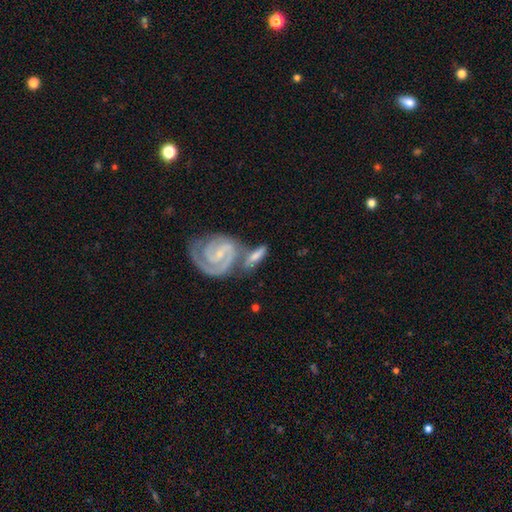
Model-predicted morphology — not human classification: Smooth or featured? featured or disk (68%)
Edge-on disk? no (88%)
Bar? weak (40%)
Spiral arms? yes (92%)
Spiral winding? tight (58%)
Spiral arm count? 2 (74%)
Bulge size? small (67%)
Merging? none (41%)